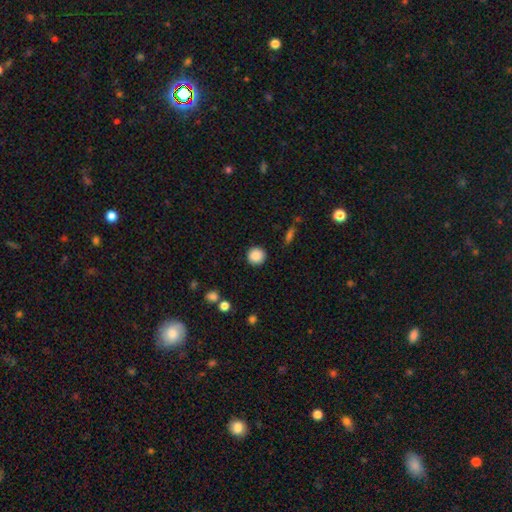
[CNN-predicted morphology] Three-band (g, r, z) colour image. It shows a smooth galaxy with no disk features (88%) that is round (94%). Merging: none (90%).